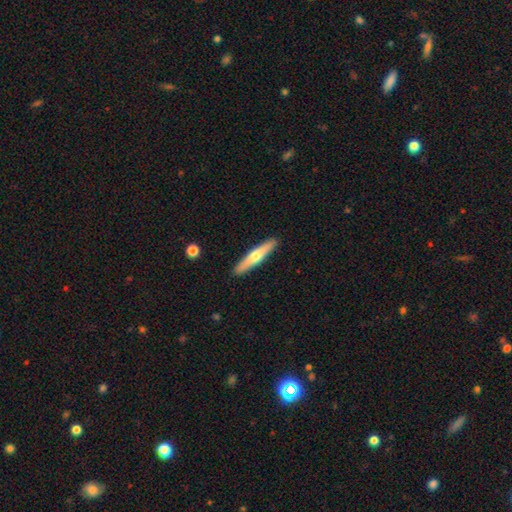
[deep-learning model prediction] A smooth galaxy with no disk features (48%).

Vote fractions:
- Smooth or featured? smooth: 48% / featured or disk: 47% / star or artifact: 5%
- Merging? none: 91% / minor disturbance: 6% / major disturbance: 1% / merger: 1%